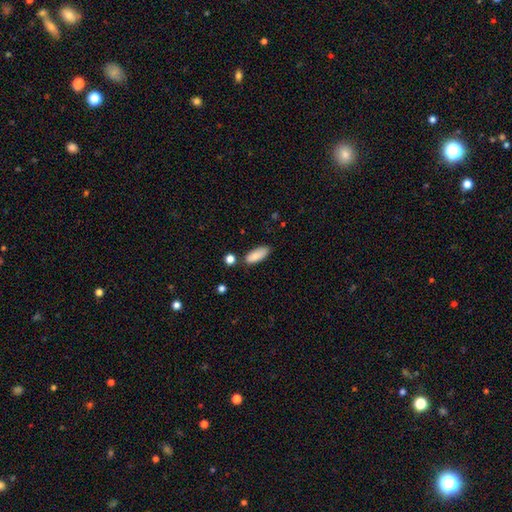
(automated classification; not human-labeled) smooth 86%, featured or disk 8%, star or artifact 7%. Down the decision tree: how rounded — in between (79%); merging — none (75%).